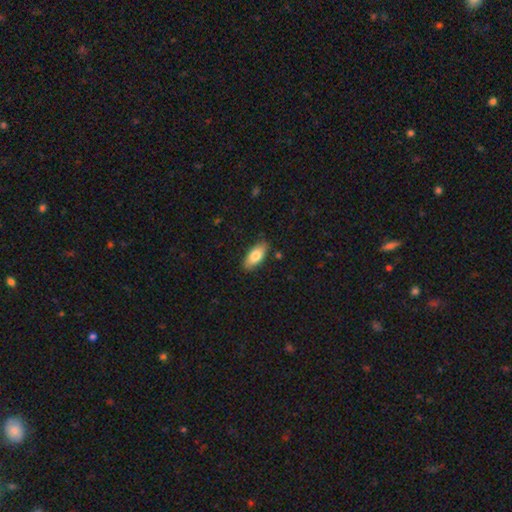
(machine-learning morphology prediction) smooth_or_featured: smooth (p=0.79) [alt: featured or disk p=0.15]
how_rounded: in between (p=0.83) [alt: cigar-shaped p=0.15]
merging: none (p=0.86) [alt: minor disturbance p=0.10]